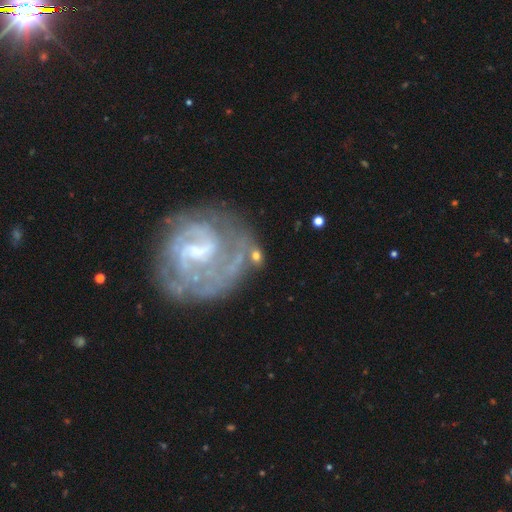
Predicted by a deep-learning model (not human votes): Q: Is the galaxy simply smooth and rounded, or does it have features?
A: featured or disk — 55%.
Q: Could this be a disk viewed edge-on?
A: no — 94%.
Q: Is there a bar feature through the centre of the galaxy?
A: no — 38%.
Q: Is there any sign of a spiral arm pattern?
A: yes — 68%.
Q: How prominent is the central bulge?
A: moderate — 40%.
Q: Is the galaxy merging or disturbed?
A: none — 58%.